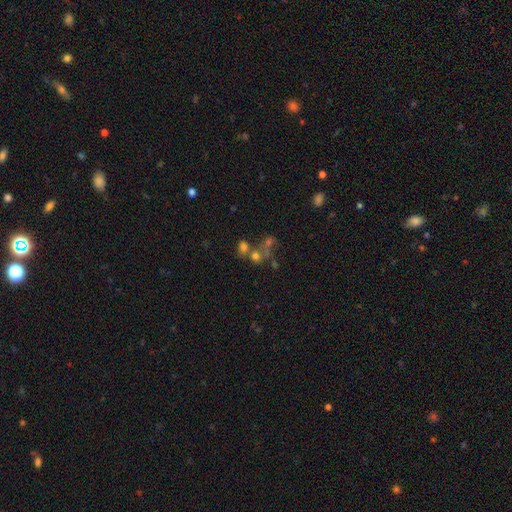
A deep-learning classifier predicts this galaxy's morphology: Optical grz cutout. It shows a smooth galaxy with no disk features (57%) that is round (70%). Merging: merger (44%).